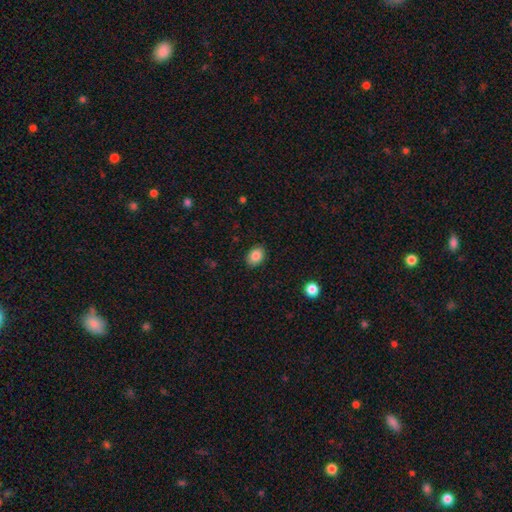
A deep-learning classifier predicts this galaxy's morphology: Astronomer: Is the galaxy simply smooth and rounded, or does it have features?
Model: smooth — 87%.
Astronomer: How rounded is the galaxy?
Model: in between — 73%.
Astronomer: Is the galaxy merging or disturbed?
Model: none — 88%.